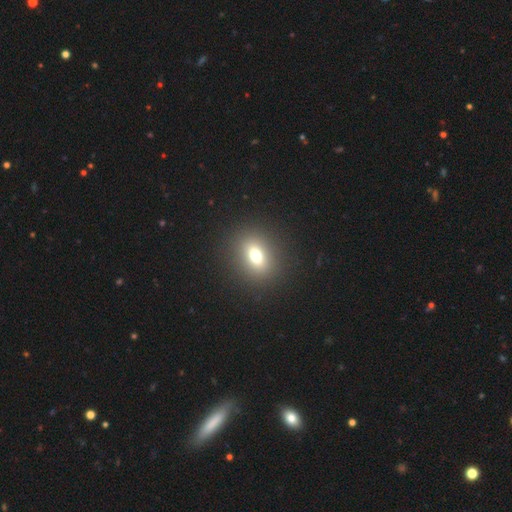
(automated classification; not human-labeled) smooth_or_featured: smooth (p=0.72) [alt: star or artifact p=0.15]
how_rounded: in between (p=0.53) [alt: round p=0.45]
merging: none (p=0.89) [alt: minor disturbance p=0.06]